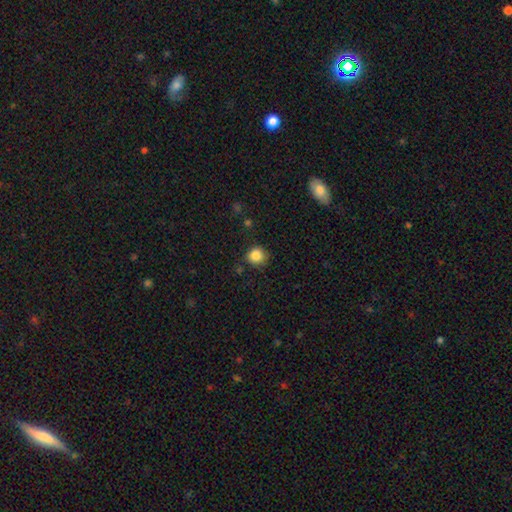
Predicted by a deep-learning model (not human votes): Overall: smooth (85%). How rounded: round (88%). Merging: none (82%).